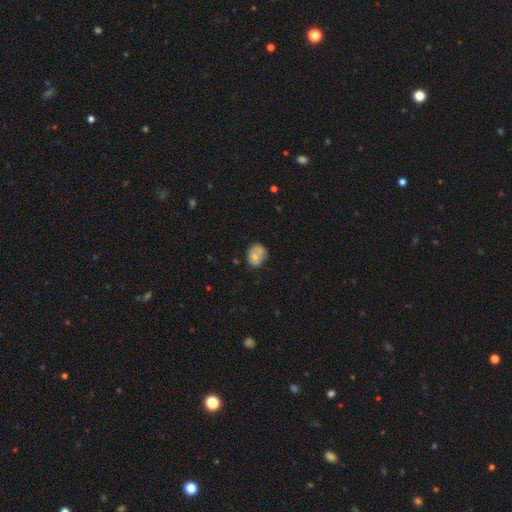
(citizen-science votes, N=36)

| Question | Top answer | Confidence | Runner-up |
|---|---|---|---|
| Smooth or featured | smooth | 64% | featured or disk (31%) |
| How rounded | round | 74% | in between (22%) |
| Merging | none | 35% | minor disturbance (29%) |